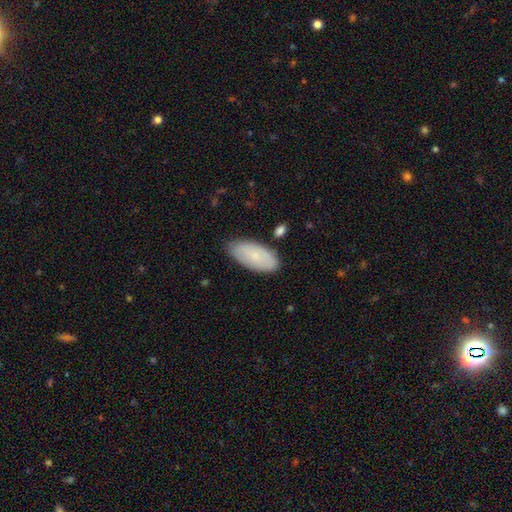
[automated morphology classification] type=smooth (77%); roundness=in between (92%); merging=none (80%).